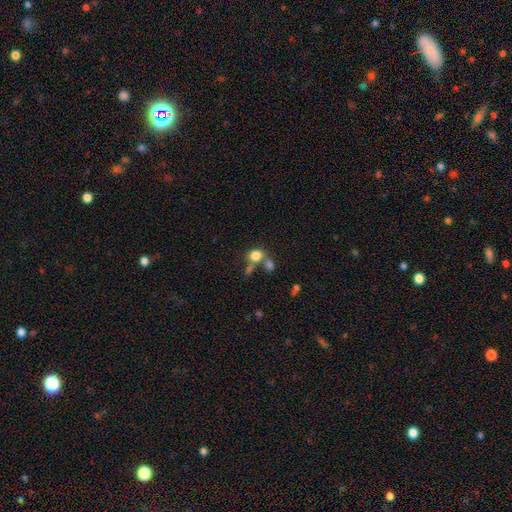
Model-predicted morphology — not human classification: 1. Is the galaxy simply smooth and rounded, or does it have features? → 77% smooth, 12% star or artifact, 11% featured or disk.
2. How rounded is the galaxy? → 54% round, 44% in between, 2% cigar-shaped.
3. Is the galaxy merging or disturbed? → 40% merger, 37% none, 13% minor disturbance, 10% major disturbance.